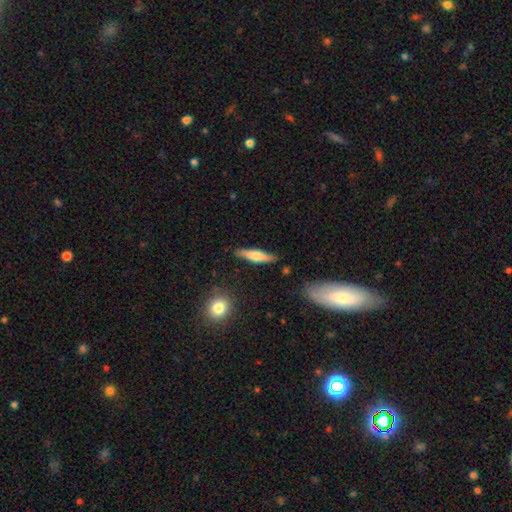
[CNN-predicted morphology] Smooth or featured: smooth — 55% (featured or disk — 39%)
How rounded: cigar-shaped — 78% (in between — 20%)
Merging: none — 84% (minor disturbance — 12%)